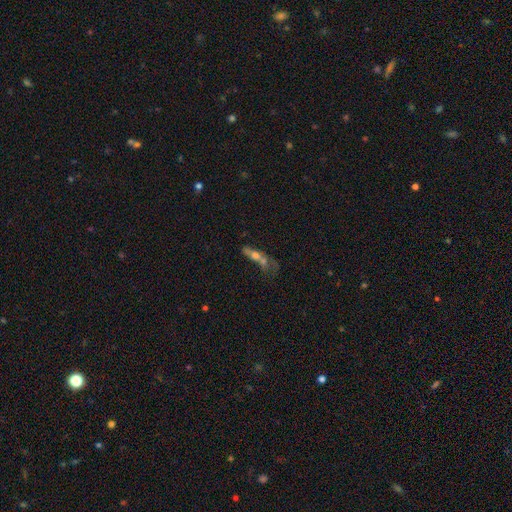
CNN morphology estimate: Q: Smooth or featured?
A: featured or disk (46%); runner-up: smooth (40%)
Q: Merging?
A: merger (44%); runner-up: major disturbance (22%)